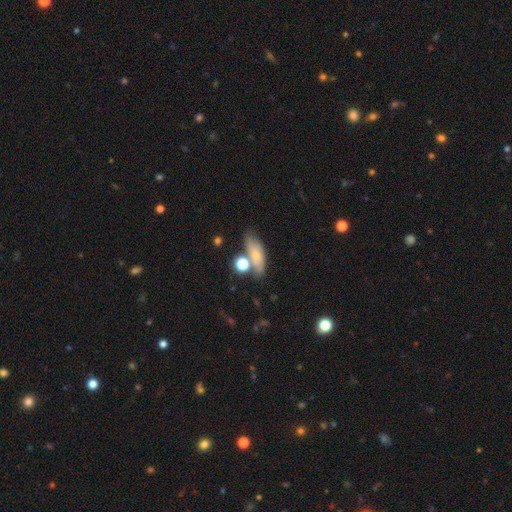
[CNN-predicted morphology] The model was most divided on "merging": none: 49%, merger: 21%, minor disturbance: 21%, major disturbance: 9%. More confident: how rounded — in between (67%); smooth or featured — smooth (60%).